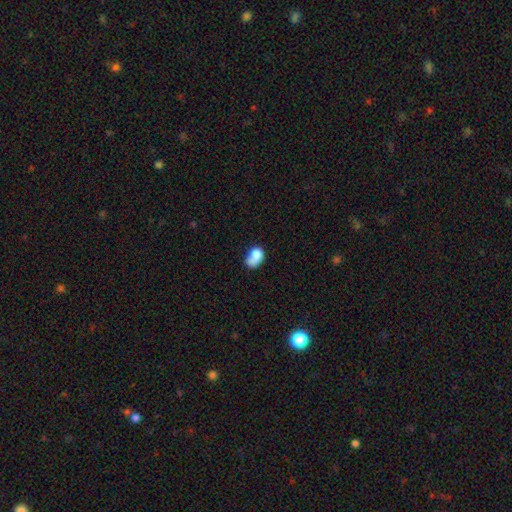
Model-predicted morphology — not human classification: The model was most divided on "merging": none: 35%, minor disturbance: 26%, merger: 22%, major disturbance: 16%. More confident: how rounded — in between (80%); smooth or featured — smooth (79%).